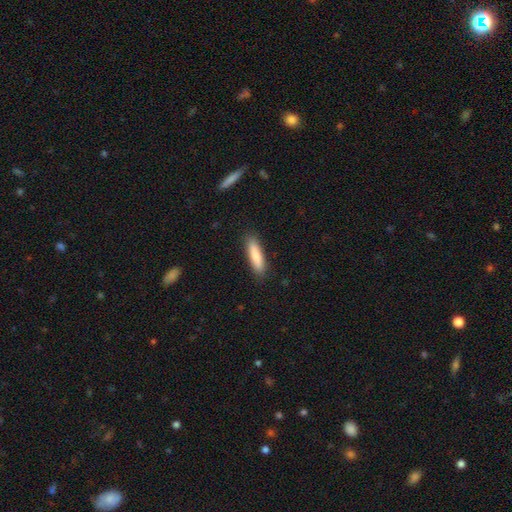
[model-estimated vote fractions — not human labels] A smooth galaxy with no disk features (84%) that is cigar-shaped (70%). Merging: none (88%).